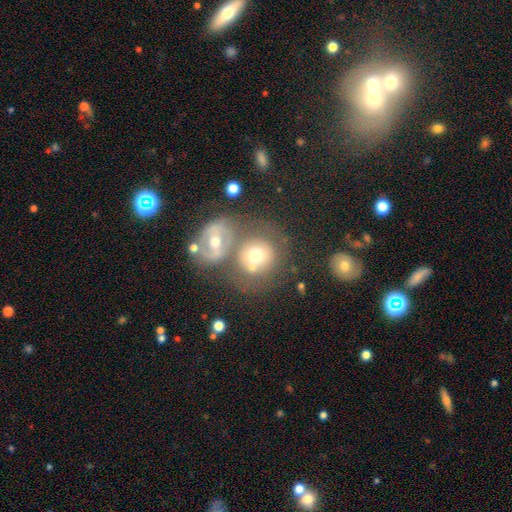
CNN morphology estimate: This is possibly a smooth galaxy (52%). How rounded: likely round (80%). Merging: marginally merger (41%).